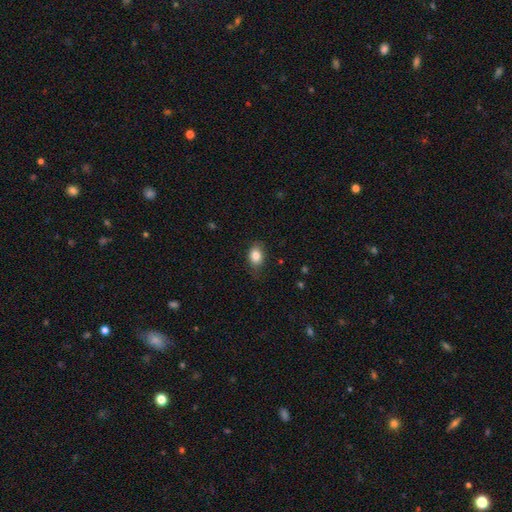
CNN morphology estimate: Overall: smooth (84%). How rounded: in between (74%). Merging: none (77%).